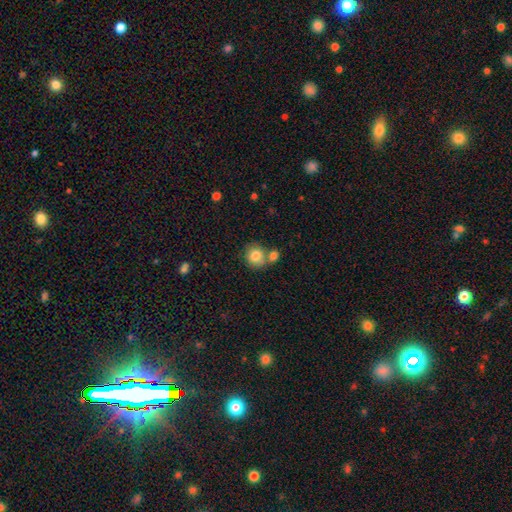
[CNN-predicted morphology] This is clearly a smooth galaxy (81%). How rounded: clearly round (83%). Merging: possibly none (53%).